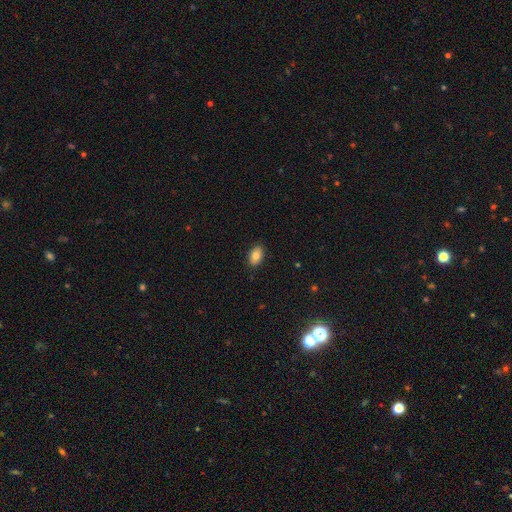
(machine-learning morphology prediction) The model was most divided on "smooth or featured": smooth: 83%, featured or disk: 8%, star or artifact: 8%. More confident: how rounded — in between (90%); merging — none (88%).